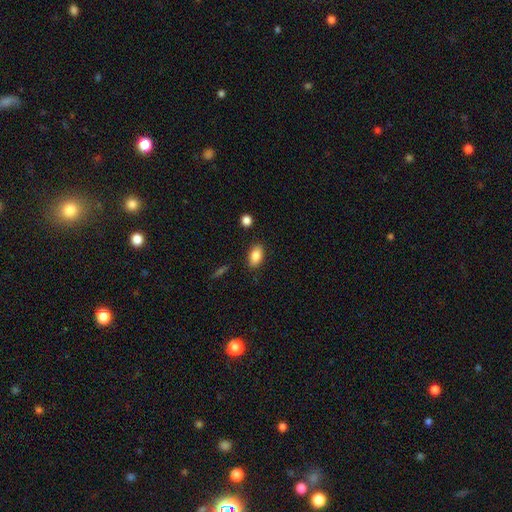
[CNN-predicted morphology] type=smooth (86%); roundness=in between (90%); merging=none (86%).